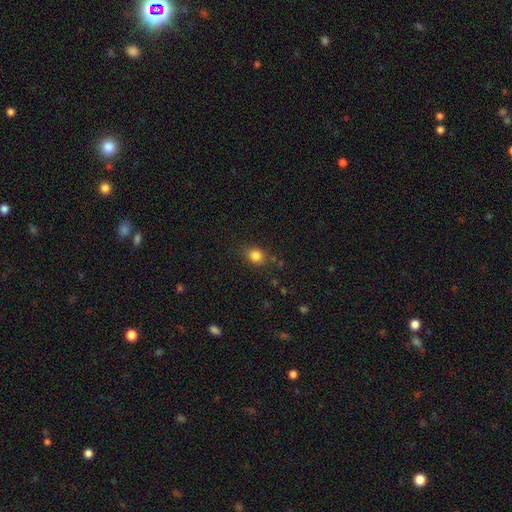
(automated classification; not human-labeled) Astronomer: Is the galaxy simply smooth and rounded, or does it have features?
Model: smooth — 83%.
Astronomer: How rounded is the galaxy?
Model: round — 68%.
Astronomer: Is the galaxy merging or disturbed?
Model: none — 79%.